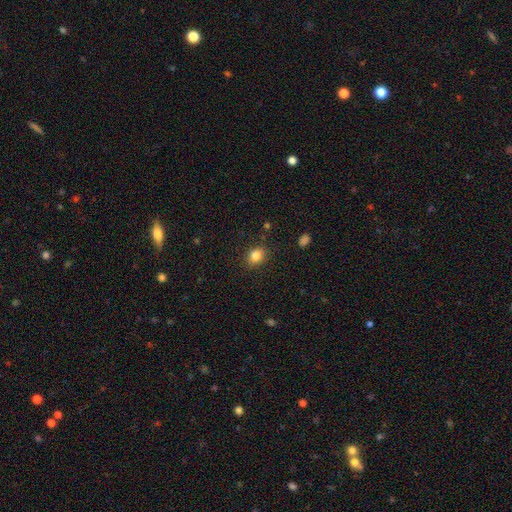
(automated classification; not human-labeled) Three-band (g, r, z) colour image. It shows a smooth galaxy with no disk features (84%) that is in between round and cigar-shaped (53%). Merging: none (86%).